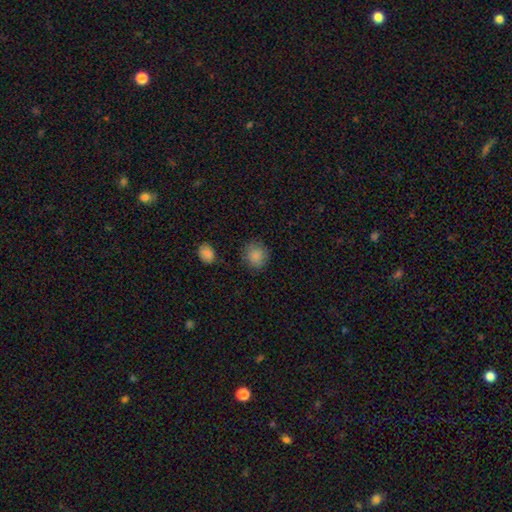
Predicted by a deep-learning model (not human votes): smooth 86%, star or artifact 9%, featured or disk 5%. Down the decision tree: how rounded — round (77%); merging — none (82%).